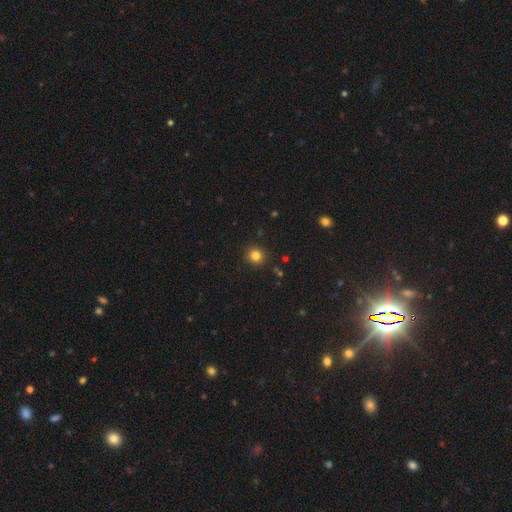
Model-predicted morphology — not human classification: Smooth or featured? Predicted: smooth (p=0.82). How rounded? Predicted: round (p=0.92). Merging? Predicted: none (p=0.91).